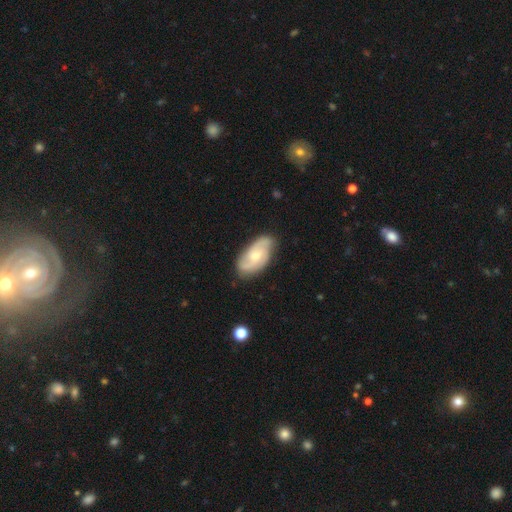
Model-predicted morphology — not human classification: Smooth or featured? featured or disk (71%)
Edge-on disk? no (95%)
Bar? no (61%)
Spiral arms? yes (93%)
Spiral winding? medium (47%)
Spiral arm count? 2 (65%)
Bulge size? moderate (49%)
Merging? none (76%)